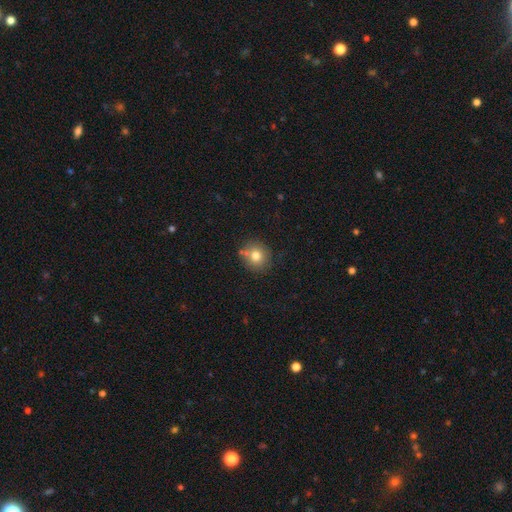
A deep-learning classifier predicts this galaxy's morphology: A smooth galaxy with no disk features (77%) that is round (86%). Merging: none (73%).